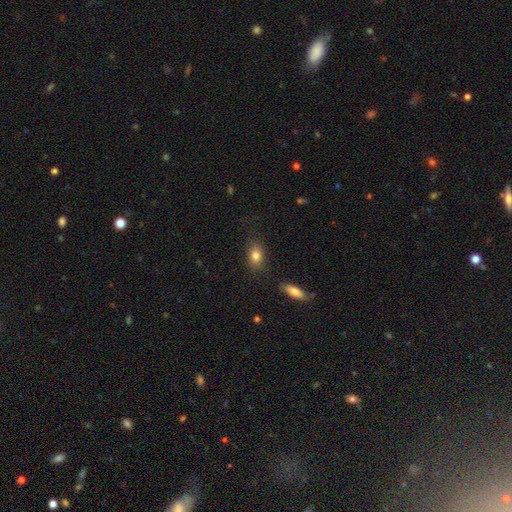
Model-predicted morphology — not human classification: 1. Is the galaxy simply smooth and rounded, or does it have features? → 82% smooth, 9% featured or disk, 9% star or artifact.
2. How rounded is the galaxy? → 79% in between, 18% round, 3% cigar-shaped.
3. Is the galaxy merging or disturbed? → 80% none, 13% minor disturbance, 4% major disturbance, 3% merger.